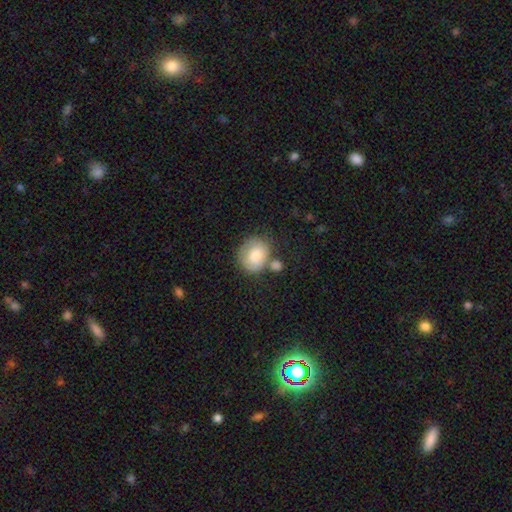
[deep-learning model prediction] smooth_or_featured: smooth (p=0.76) [alt: featured or disk p=0.17]
how_rounded: round (p=0.69) [alt: in between p=0.30]
merging: none (p=0.54) [alt: minor disturbance p=0.20]